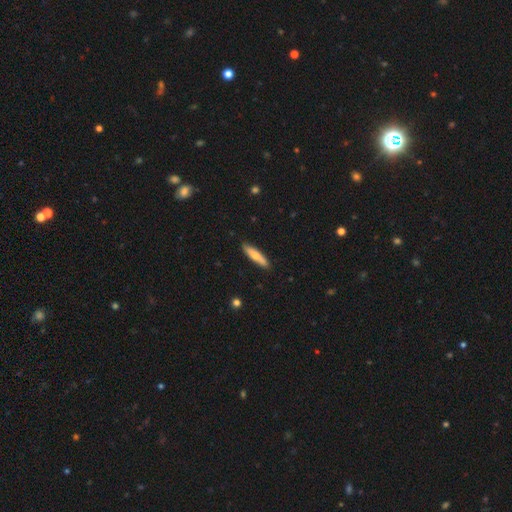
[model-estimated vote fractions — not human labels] This appears to be a smooth galaxy with no disk features (67%) that is cigar-shaped (82%). Merging: none (87%).